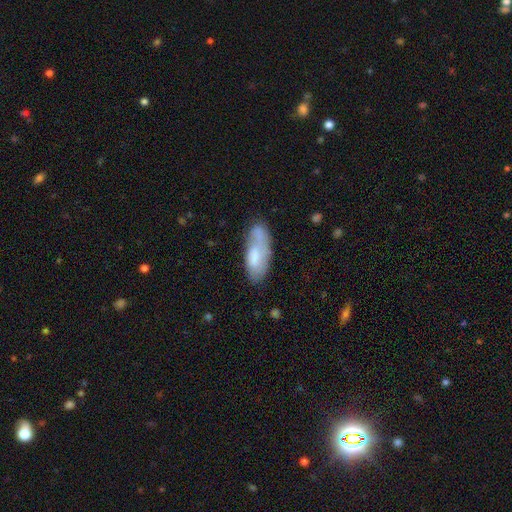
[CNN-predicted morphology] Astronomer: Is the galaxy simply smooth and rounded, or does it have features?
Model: smooth — 66%.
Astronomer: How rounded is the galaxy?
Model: in between — 79%.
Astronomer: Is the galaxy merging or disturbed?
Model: none — 53% (runner-up: minor disturbance, 28%).